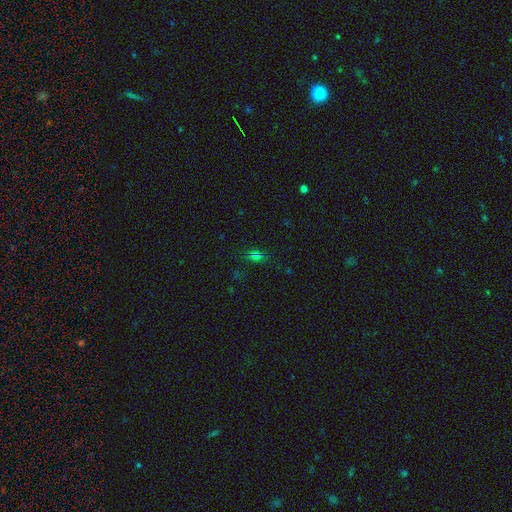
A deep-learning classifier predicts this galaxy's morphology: This is possibly a smooth galaxy (50%). Merging: likely none (67%).